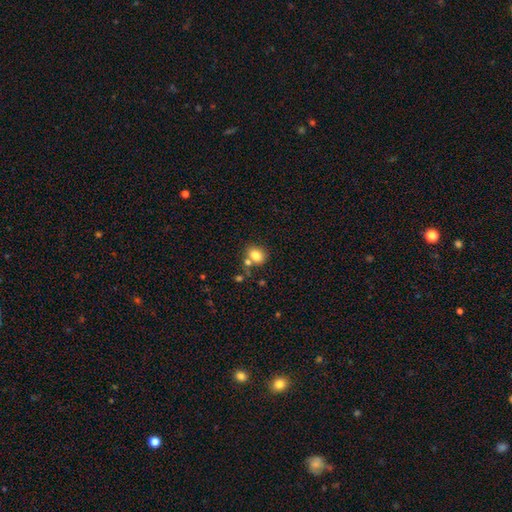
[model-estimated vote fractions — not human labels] Smooth or featured: smooth — 80% (star or artifact — 10%)
How rounded: in between — 66% (round — 33%)
Merging: none — 56% (merger — 26%)